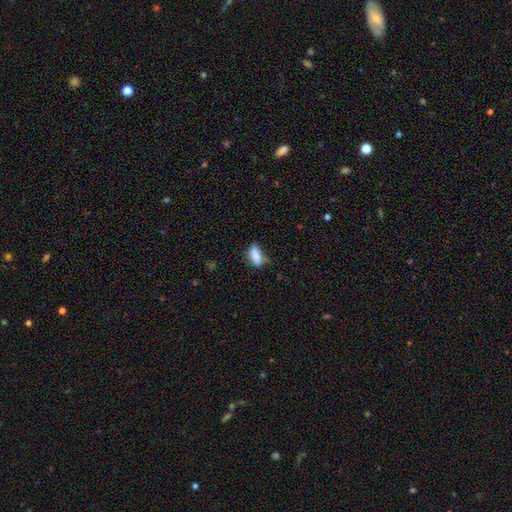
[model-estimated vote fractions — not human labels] smooth_or_featured: smooth (p=0.83) [alt: featured or disk p=0.08]
how_rounded: in between (p=0.79) [alt: cigar-shaped p=0.17]
merging: none (p=0.53) [alt: minor disturbance p=0.33]